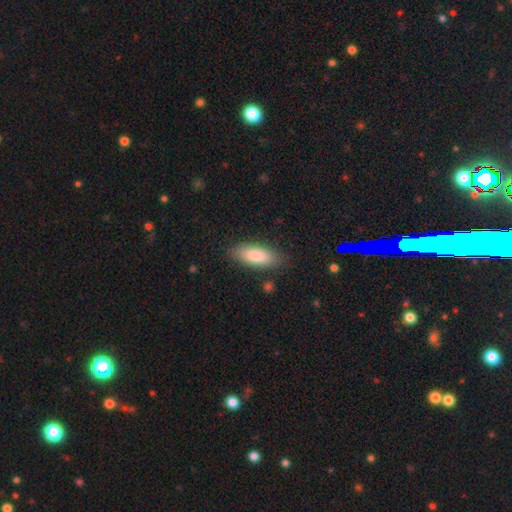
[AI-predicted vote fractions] smooth 83%, featured or disk 11%, star or artifact 6%. Down the decision tree: how rounded — in between (73%); merging — none (85%).